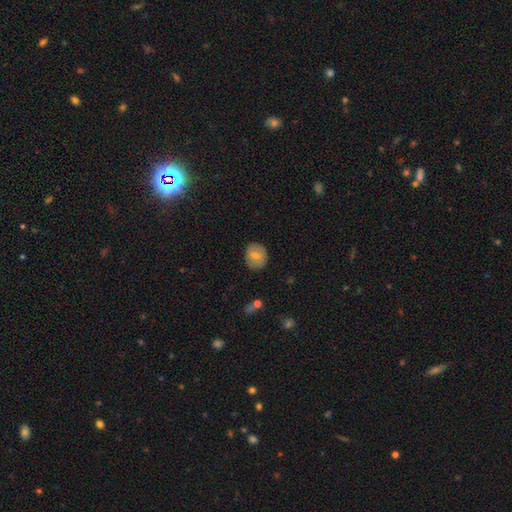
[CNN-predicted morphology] The model was most divided on "how rounded": round: 66%, in between: 33%, cigar-shaped: 1%. More confident: merging — none (84%); smooth or featured — smooth (65%).